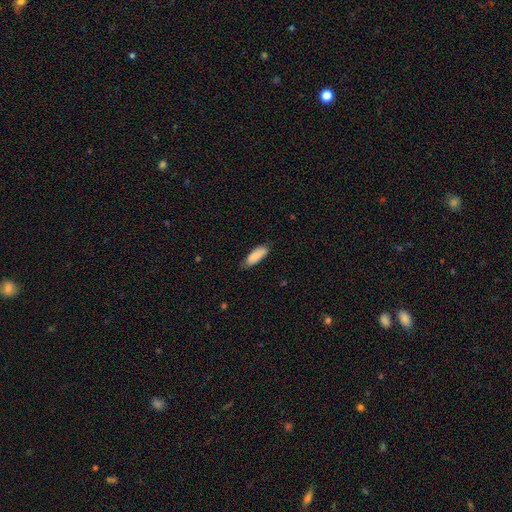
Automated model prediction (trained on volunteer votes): This appears to be a smooth galaxy with no disk features (88%) that is in between round and cigar-shaped (67%). Merging: none (72%).